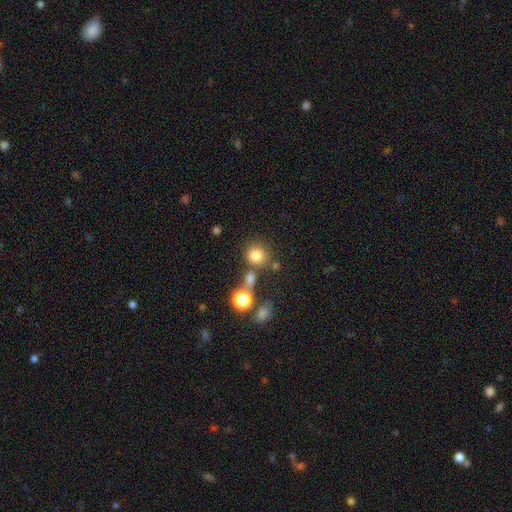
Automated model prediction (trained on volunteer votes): smooth-or-featured: smooth: 78% | star or artifact: 15% | featured or disk: 8%
  how-rounded: round: 85% | in between: 14% | cigar-shaped: 1%
  merging: none: 68% | merger: 16% | minor disturbance: 11% | major disturbance: 5%